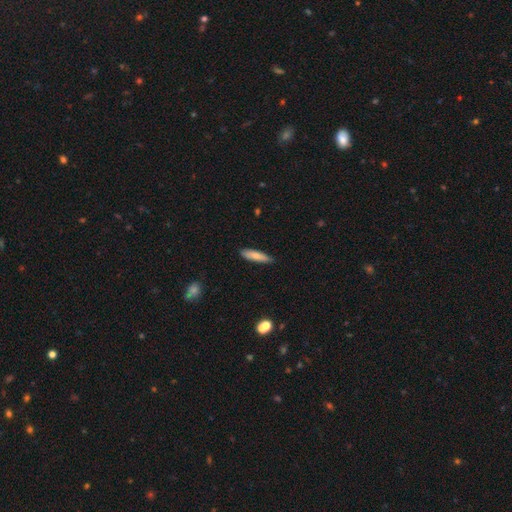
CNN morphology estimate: Smooth or featured: smooth — 74% (featured or disk — 19%)
How rounded: cigar-shaped — 74% (in between — 25%)
Merging: none — 85% (minor disturbance — 12%)